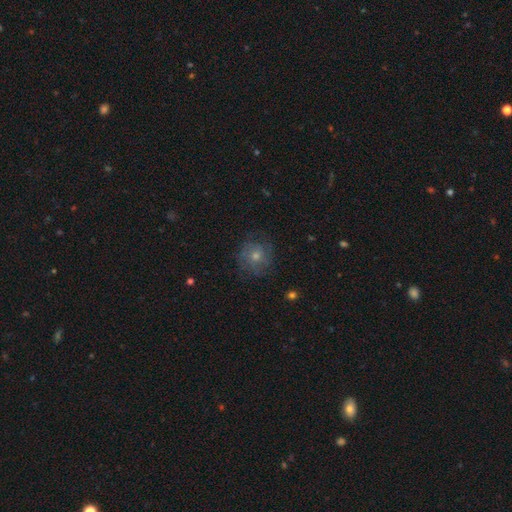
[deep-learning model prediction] Smooth or featured? Predicted: featured or disk (p=0.40). Merging? Predicted: none (p=0.80).